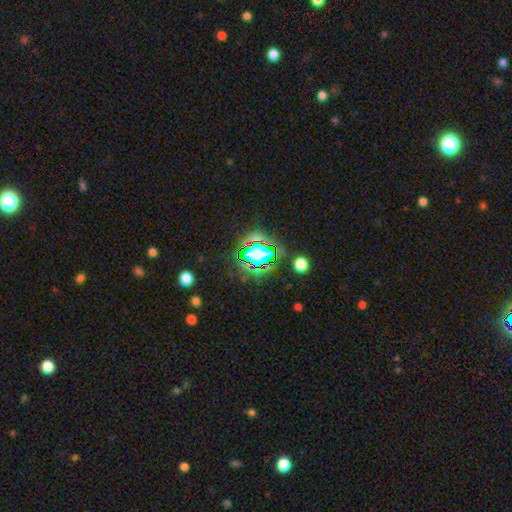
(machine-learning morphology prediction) This appears to be a star or artifact, not a galaxy (81%).